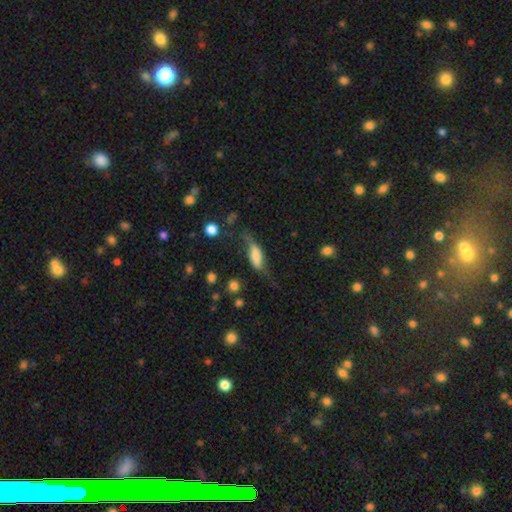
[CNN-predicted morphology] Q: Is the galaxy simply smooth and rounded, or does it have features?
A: smooth — 58%.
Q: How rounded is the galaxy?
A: in between — 64%.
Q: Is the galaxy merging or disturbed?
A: none — 45%.